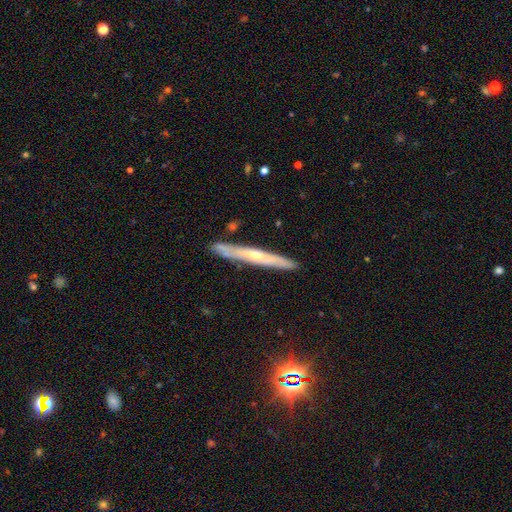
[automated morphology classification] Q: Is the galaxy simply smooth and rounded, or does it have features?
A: featured or disk — 64%.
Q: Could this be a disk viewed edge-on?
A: yes — 92%.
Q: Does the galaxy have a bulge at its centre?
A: rounded — 65%.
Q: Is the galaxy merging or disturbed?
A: none — 87%.